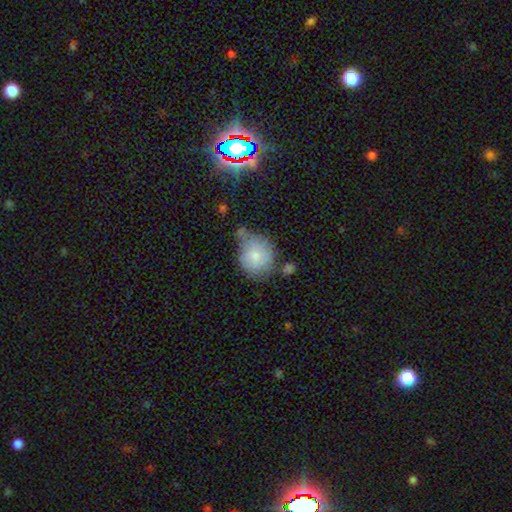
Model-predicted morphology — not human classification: smooth_or_featured: smooth (p=0.68) [alt: featured or disk p=0.24]
how_rounded: round (p=0.75) [alt: in between p=0.24]
merging: none (p=0.33) [tied with: minor disturbance p=0.33]